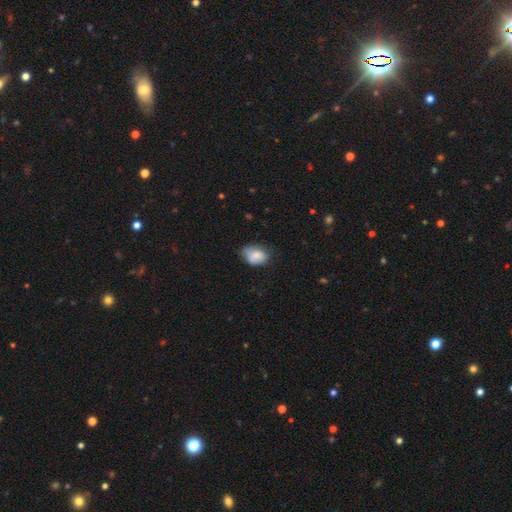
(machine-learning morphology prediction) The model was most divided on "merging": none: 46%, minor disturbance: 35%, major disturbance: 11%, merger: 8%. More confident: how rounded — in between (78%); smooth or featured — smooth (74%).